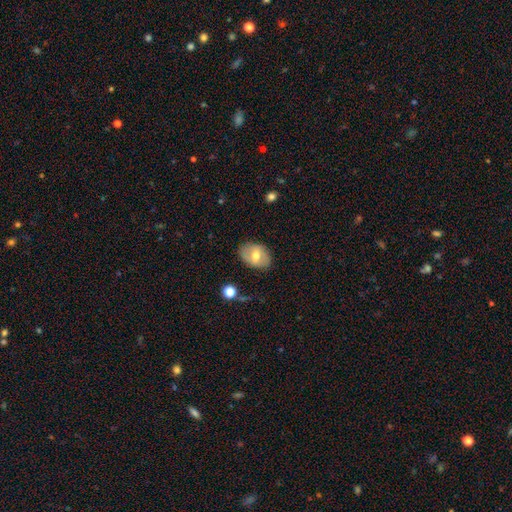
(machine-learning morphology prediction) Smooth or featured: smooth — 53% (featured or disk — 40%)
How rounded: in between — 79% (round — 20%)
Merging: none — 81% (minor disturbance — 14%)